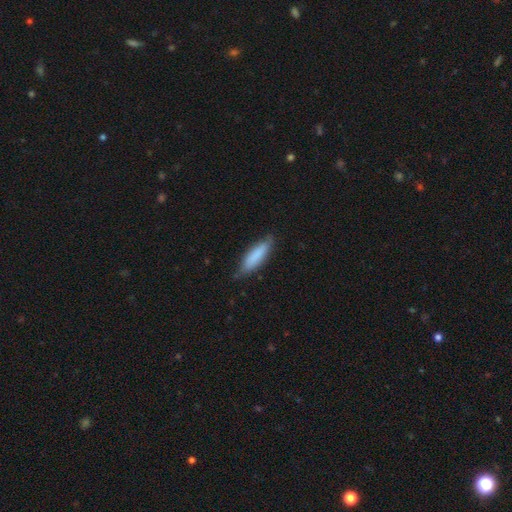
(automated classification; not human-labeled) smooth-or-featured: smooth: 81% | featured or disk: 13% | star or artifact: 6%
  how-rounded: cigar-shaped: 64% | in between: 35% | round: 1%
  merging: none: 76% | minor disturbance: 19% | major disturbance: 3% | merger: 1%